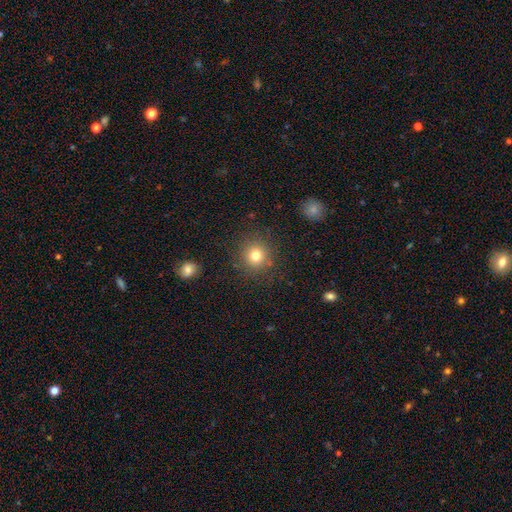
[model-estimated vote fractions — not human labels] Smooth or featured: smooth — 79% (star or artifact — 14%)
How rounded: round — 92% (in between — 7%)
Merging: none — 87% (minor disturbance — 8%)